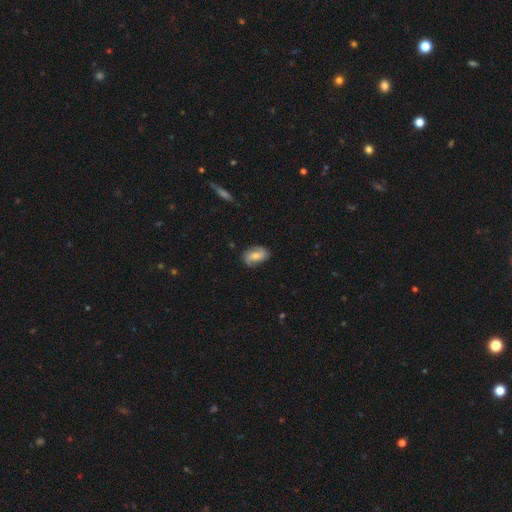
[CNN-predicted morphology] The model was most divided on "smooth or featured": featured or disk: 48%, smooth: 45%, star or artifact: 8%. More confident: merging — none (78%).